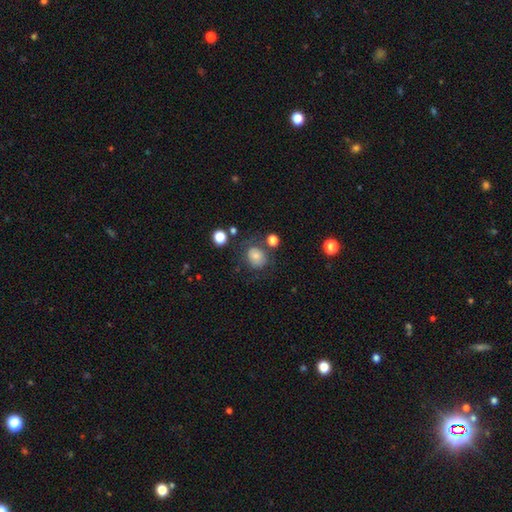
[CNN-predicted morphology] A smooth galaxy with no disk features (74%) that is round (71%). Merging: none (65%).